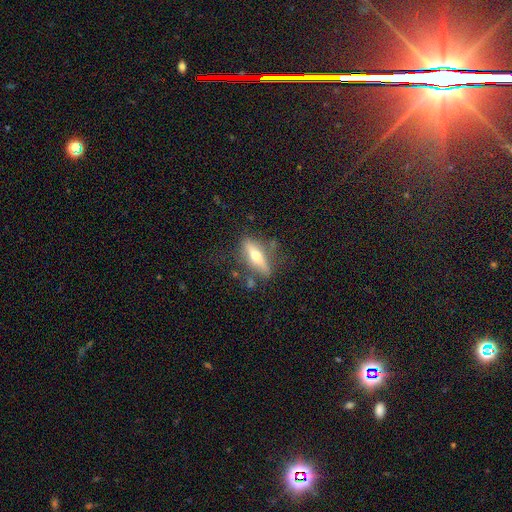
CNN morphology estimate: type=featured or disk (56%); edge-on=yes (85%); merging=none (73%).